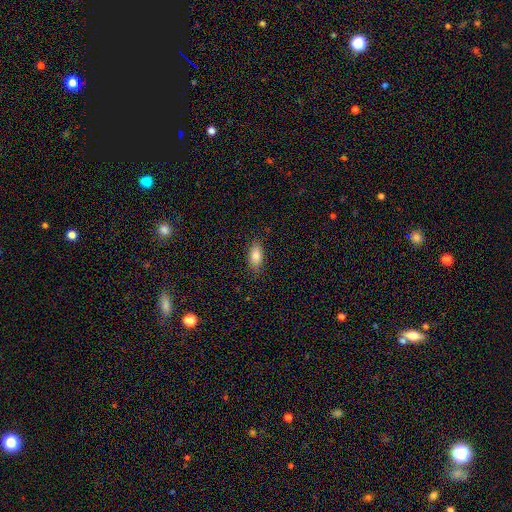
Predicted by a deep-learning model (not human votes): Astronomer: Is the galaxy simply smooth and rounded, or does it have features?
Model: smooth — 84%.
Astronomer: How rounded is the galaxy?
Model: in between — 88%.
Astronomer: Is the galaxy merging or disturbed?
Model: none — 85%.